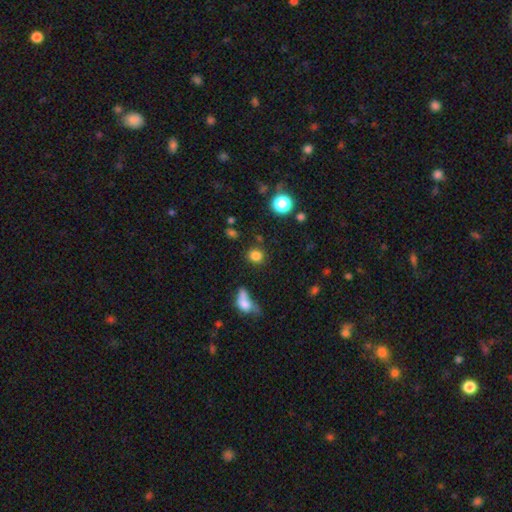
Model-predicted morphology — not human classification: This is clearly a smooth galaxy (82%). How rounded: likely round (78%). Merging: likely none (78%).